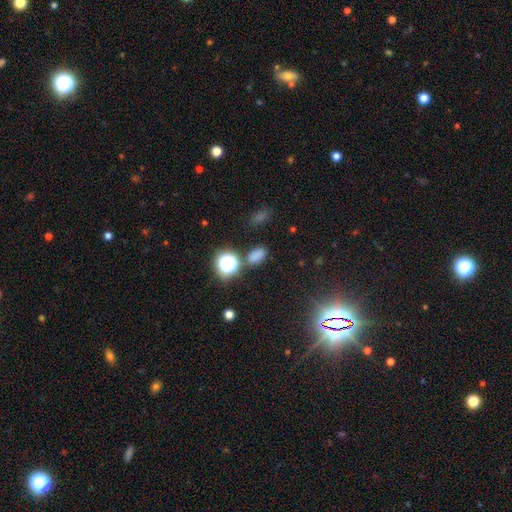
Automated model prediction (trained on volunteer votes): smooth_or_featured: smooth (p=0.70) [alt: star or artifact p=0.25]
how_rounded: in between (p=0.78) [alt: round p=0.19]
merging: none (p=0.77) [alt: minor disturbance p=0.12]